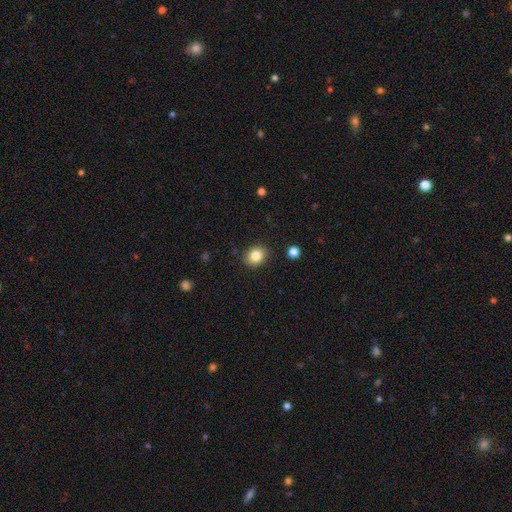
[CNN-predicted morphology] Smooth or featured? smooth (83%)
How rounded? round (59%)
Merging? none (88%)